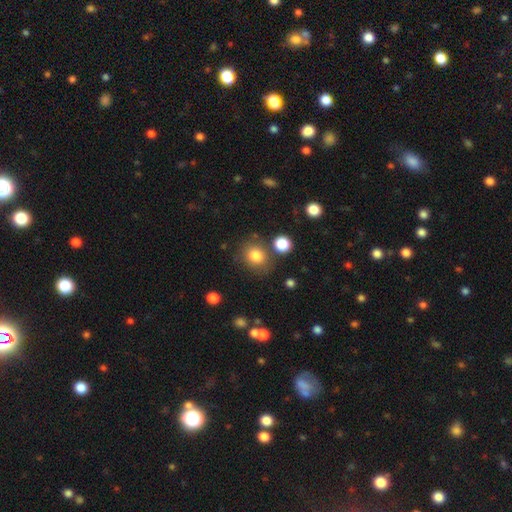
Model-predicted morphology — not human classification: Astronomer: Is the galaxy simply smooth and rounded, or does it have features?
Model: smooth — 82%.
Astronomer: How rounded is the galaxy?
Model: round — 76%.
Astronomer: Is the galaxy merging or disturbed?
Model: none — 77%.